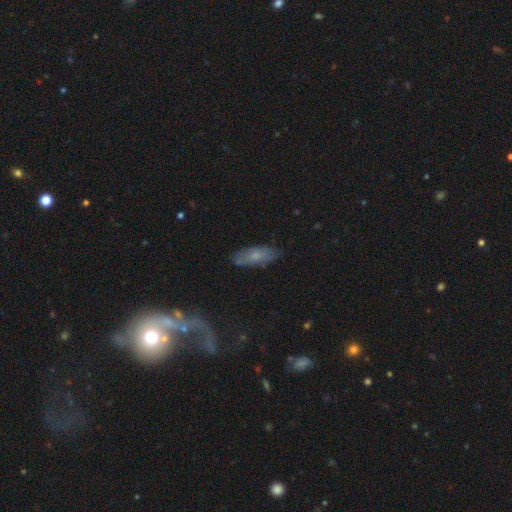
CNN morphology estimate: A smooth galaxy with no disk features (58%) that is in between round and cigar-shaped (71%).

Vote fractions:
- Smooth or featured? smooth: 58% / featured or disk: 34% / star or artifact: 8%
- How rounded? in between: 71% / cigar-shaped: 26% / round: 3%
- Merging? none: 76% / minor disturbance: 17% / major disturbance: 5% / merger: 2%